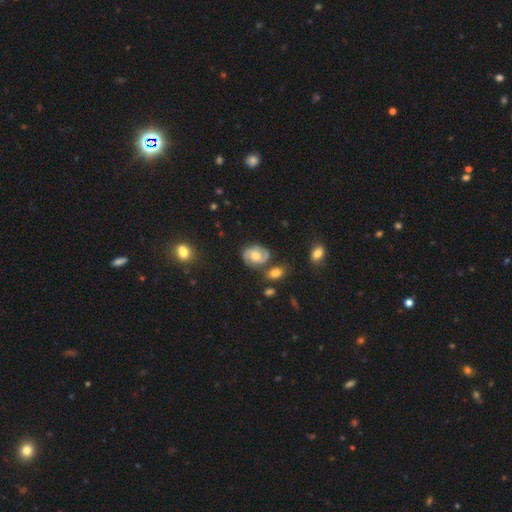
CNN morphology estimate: Smooth or featured? featured or disk (74%)
Edge-on disk? no (98%)
Bar? no (61%)
Spiral arms? yes (93%)
Spiral winding? medium (46%)
Spiral arm count? 2 (89%)
Bulge size? moderate (67%)
Merging? none (74%)